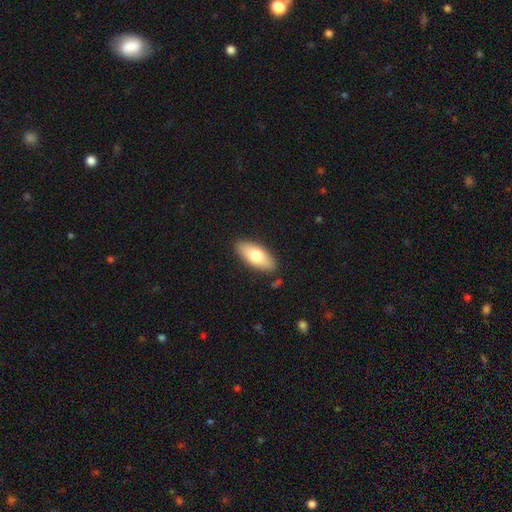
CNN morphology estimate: A smooth galaxy with no disk features (71%) that is in between round and cigar-shaped (85%). Merging: none (87%).